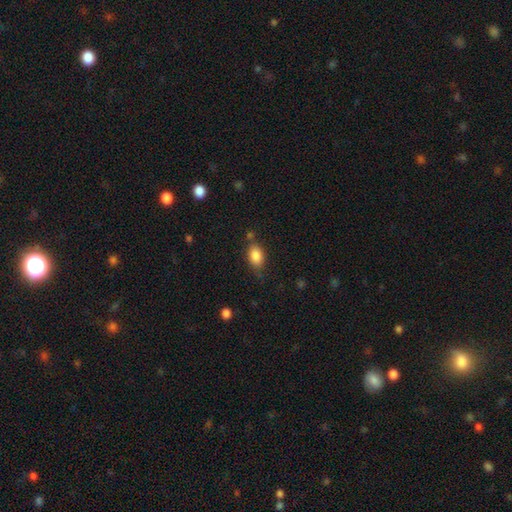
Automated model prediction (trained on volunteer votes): Smooth or featured? smooth (85%)
How rounded? in between (83%)
Merging? none (70%)